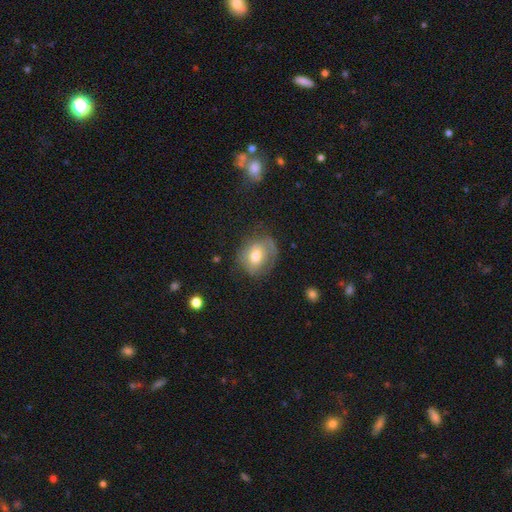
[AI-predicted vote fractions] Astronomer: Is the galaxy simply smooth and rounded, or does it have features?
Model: smooth — 60%.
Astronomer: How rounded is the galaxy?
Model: round — 58% (runner-up: in between, 41%).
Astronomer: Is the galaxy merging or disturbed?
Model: none — 56%.